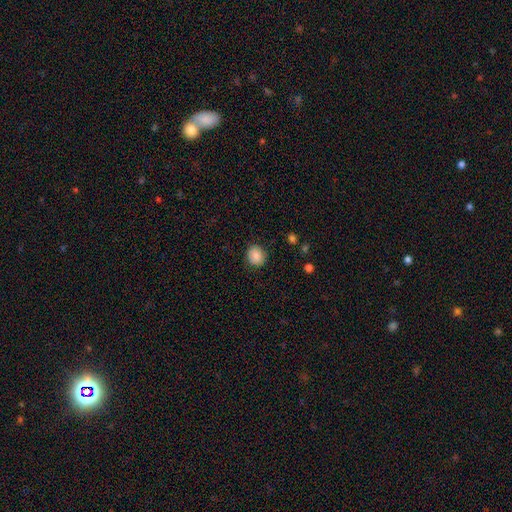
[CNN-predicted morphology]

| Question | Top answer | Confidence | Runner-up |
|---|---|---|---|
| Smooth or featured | smooth | 87% | star or artifact (8%) |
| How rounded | round | 76% | in between (23%) |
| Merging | none | 87% | minor disturbance (10%) |